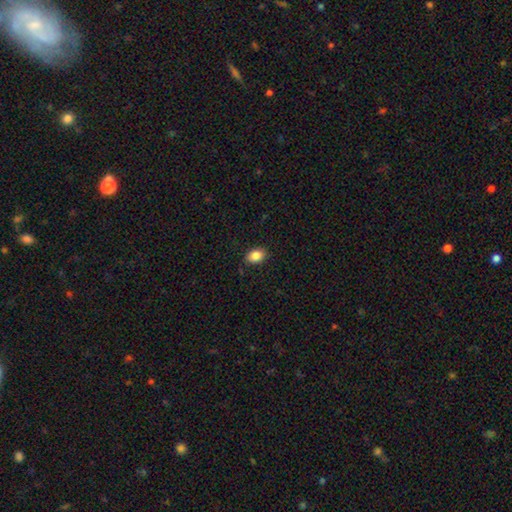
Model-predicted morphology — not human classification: Smooth or featured? Predicted: smooth (p=0.86). How rounded? Predicted: in between (p=0.81). Merging? Predicted: none (p=0.86).